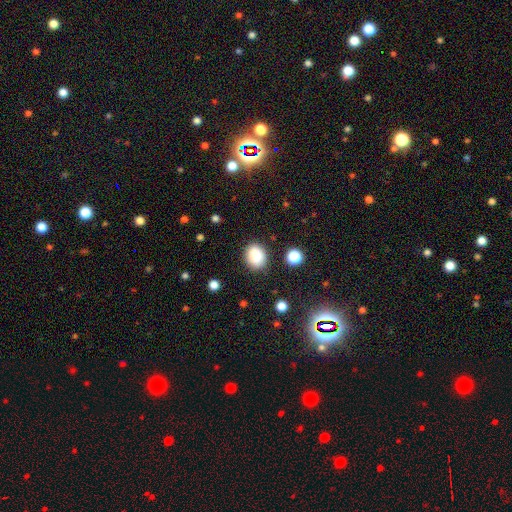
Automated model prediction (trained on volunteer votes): The model was most divided on "how rounded": in between: 51%, round: 48%, cigar-shaped: 1%. More confident: smooth or featured — smooth (86%); merging — none (83%).